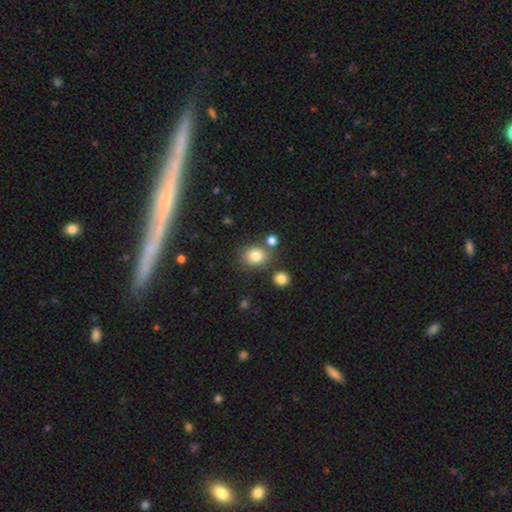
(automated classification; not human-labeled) This appears to be a smooth galaxy with no disk features (81%) that is round (67%). Merging: none (72%).